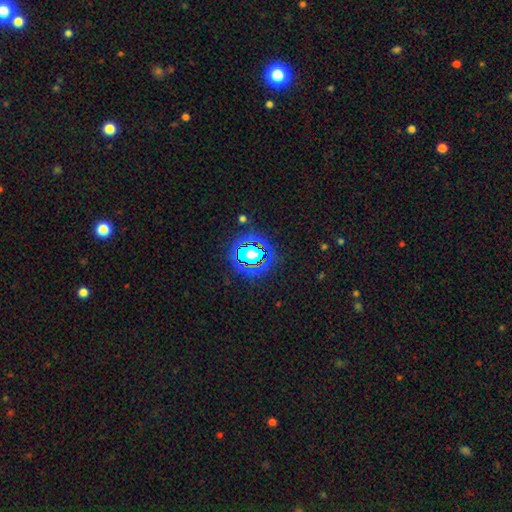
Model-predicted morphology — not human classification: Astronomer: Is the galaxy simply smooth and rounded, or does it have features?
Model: star or artifact — 77%.